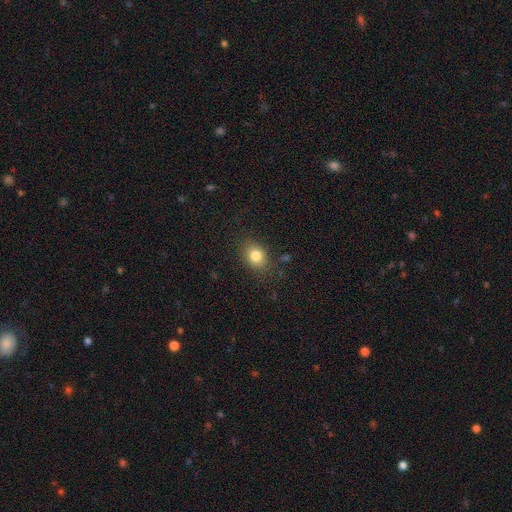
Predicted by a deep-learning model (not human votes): A smooth galaxy with no disk features (81%) that is in between round and cigar-shaped (51%).

Vote fractions:
- Smooth or featured? smooth: 81% / star or artifact: 11% / featured or disk: 8%
- How rounded? in between: 51% / round: 48% / cigar-shaped: 1%
- Merging? none: 83% / minor disturbance: 12% / major disturbance: 4% / merger: 1%